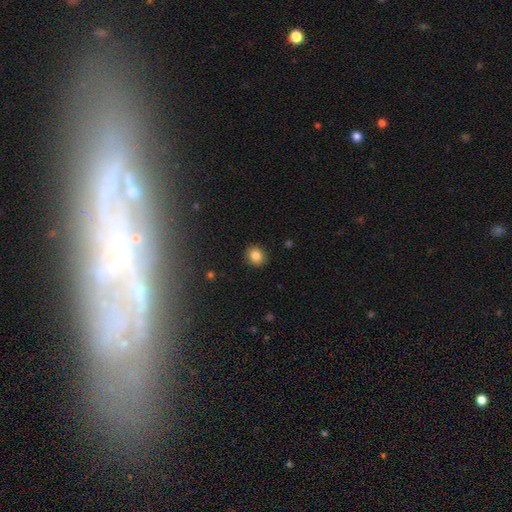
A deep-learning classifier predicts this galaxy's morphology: type=smooth (84%); roundness=round (84%); merging=none (91%).